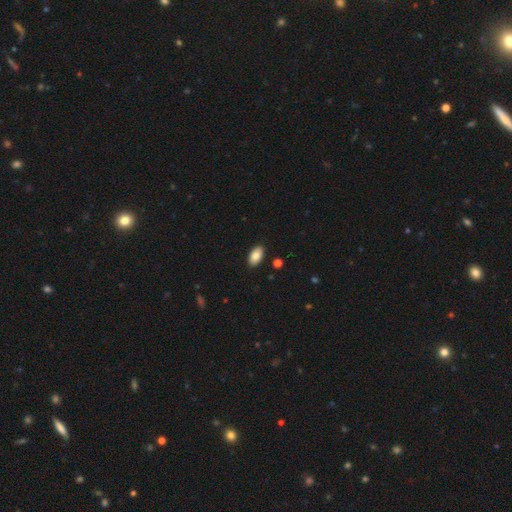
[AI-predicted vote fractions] Morphology: type=smooth (86%); roundness=in between (95%); merging=none (89%).